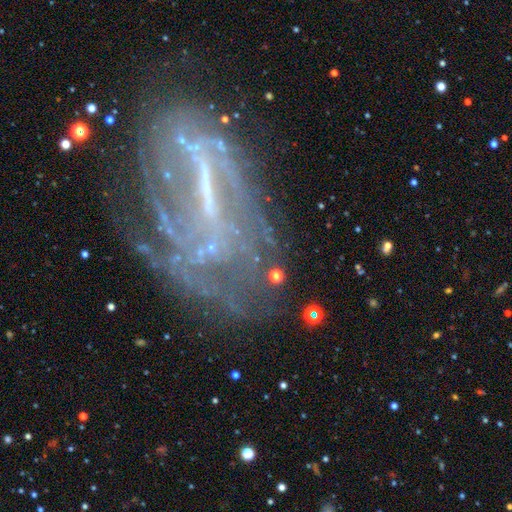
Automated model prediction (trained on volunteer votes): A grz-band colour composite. It shows a featured or disk galaxy (77%) with a strong bar (59%), spiral arms (64%) and no central bulge (43%). Merging: none (48%).